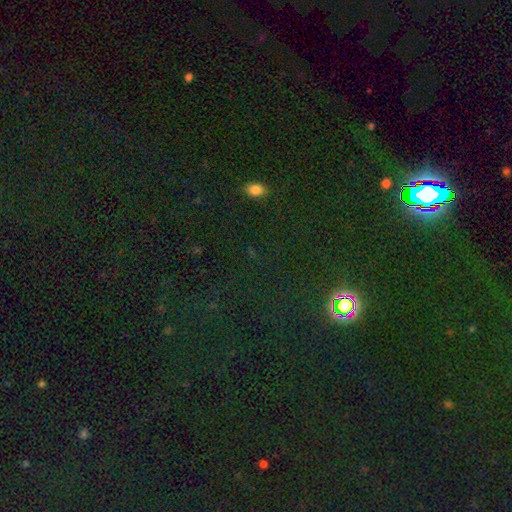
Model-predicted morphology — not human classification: smooth_or_featured: star or artifact (p=0.76) [alt: smooth p=0.17]